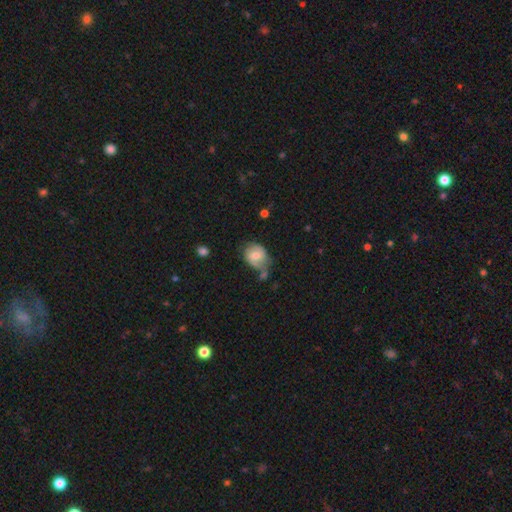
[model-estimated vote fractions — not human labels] Smooth or featured?
  - smooth: 49% *
  - featured or disk: 43%
  - star or artifact: 8%
Merging?
  - none: 45% *
  - minor disturbance: 30%
  - merger: 13%
  - major disturbance: 13%